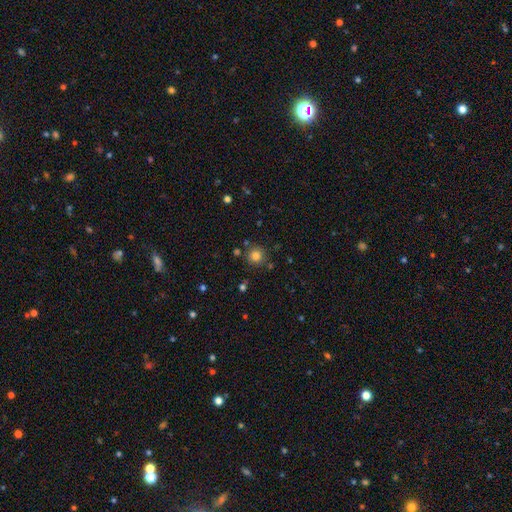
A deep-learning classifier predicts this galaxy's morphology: This is clearly a smooth galaxy (81%). How rounded: clearly round (93%). Merging: clearly none (83%).